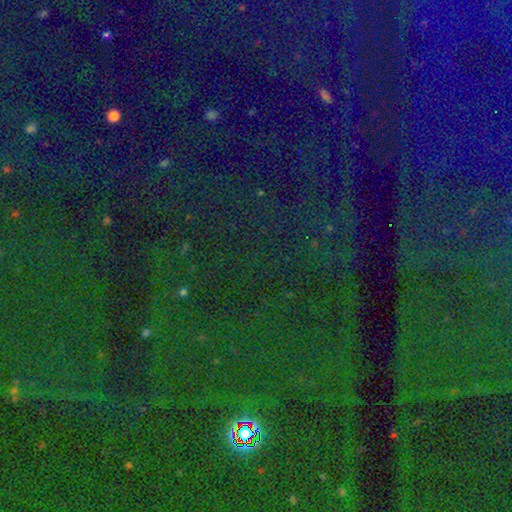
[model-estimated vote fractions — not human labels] Overall: star or artifact (84%).